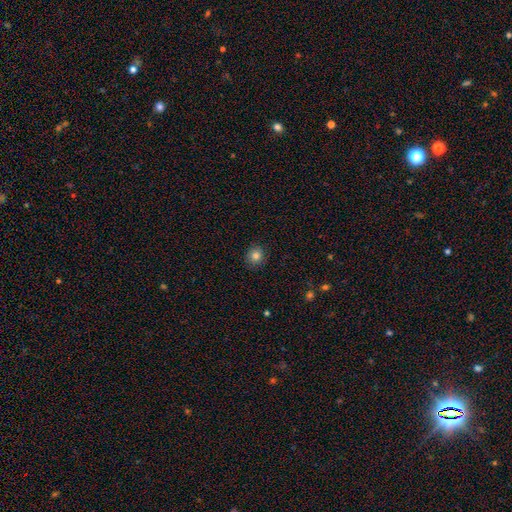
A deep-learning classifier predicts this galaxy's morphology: smooth_or_featured: smooth (p=0.83) [alt: star or artifact p=0.11]
how_rounded: round (p=0.85) [alt: in between p=0.14]
merging: none (p=0.88) [alt: minor disturbance p=0.09]